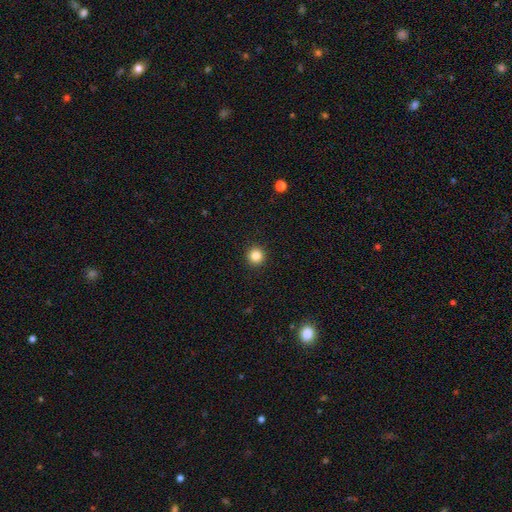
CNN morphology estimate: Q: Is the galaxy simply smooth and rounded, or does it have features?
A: smooth — 84%.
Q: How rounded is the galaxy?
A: round — 95%.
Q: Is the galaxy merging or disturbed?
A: none — 93%.